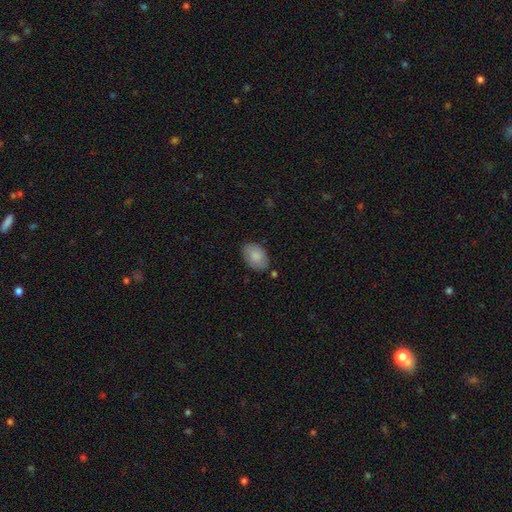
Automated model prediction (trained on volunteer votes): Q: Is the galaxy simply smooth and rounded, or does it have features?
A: smooth — 85%.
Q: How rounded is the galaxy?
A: in between — 88%.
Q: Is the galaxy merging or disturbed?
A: none — 79%.